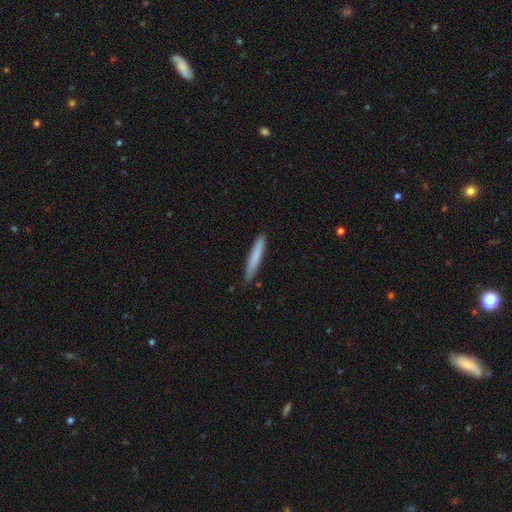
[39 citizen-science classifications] Smooth or featured: smooth — 87% (star or artifact — 8%)
How rounded: cigar-shaped — 97% (in between — 3%)
Merging: none — 94% (minor disturbance — 6%)